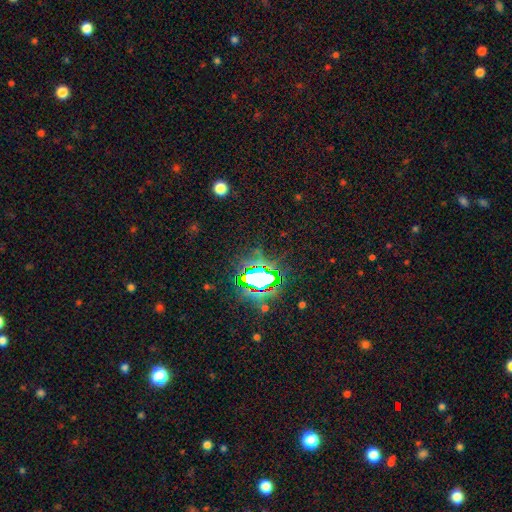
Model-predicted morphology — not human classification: type=star or artifact (78%).